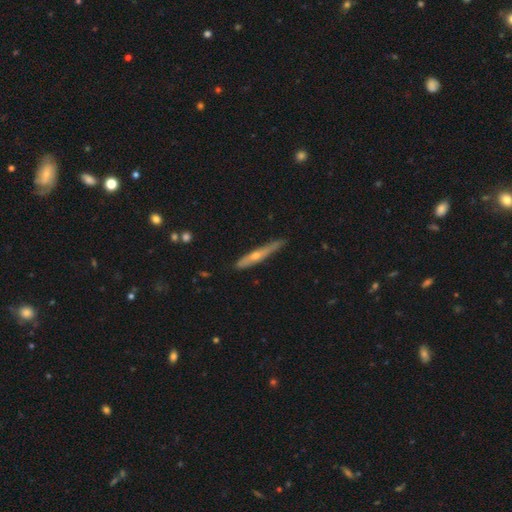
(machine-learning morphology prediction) featured or disk 58%, smooth 36%, star or artifact 6%. Down the decision tree: edge-on disk — yes (93%); edge-on bulge — rounded (79%); merging — none (76%).